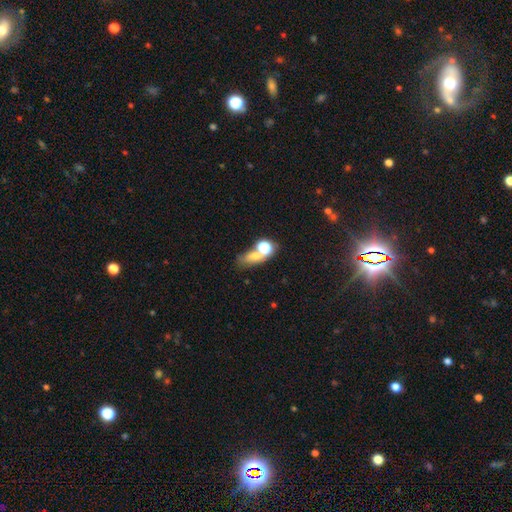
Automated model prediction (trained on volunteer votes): Q: Smooth or featured?
A: smooth (60%); runner-up: star or artifact (23%)
Q: How rounded?
A: in between (60%); runner-up: round (30%)
Q: Merging?
A: none (39%); runner-up: merger (37%)